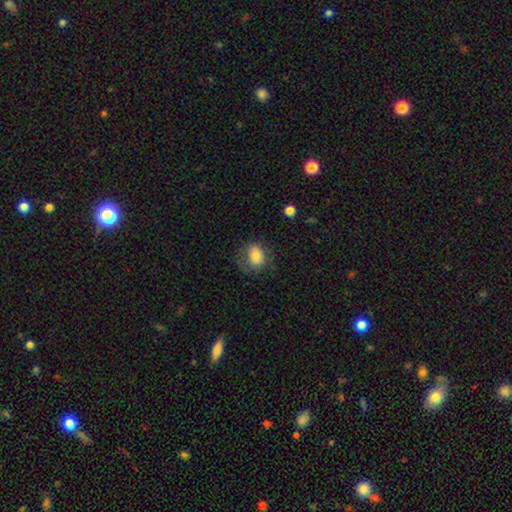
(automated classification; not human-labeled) A smooth galaxy with no disk features (75%) that is in between round and cigar-shaped (56%). Merging: none (59%).